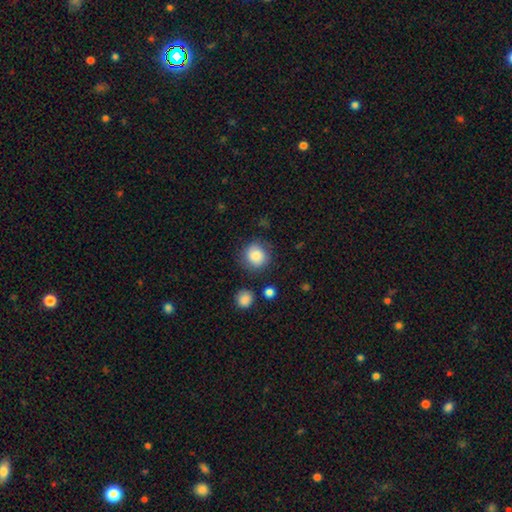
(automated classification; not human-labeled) Smooth or featured? smooth (84%)
How rounded? round (86%)
Merging? none (77%)